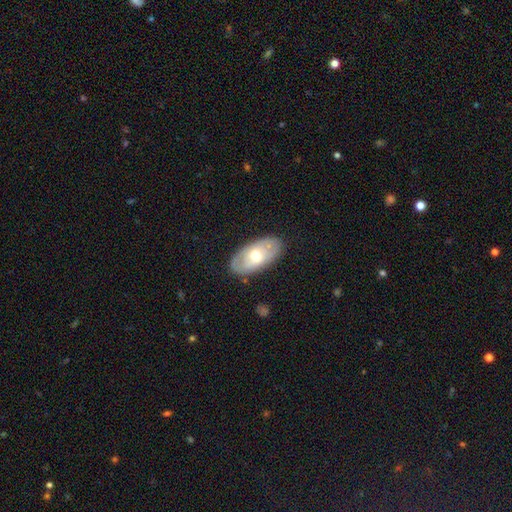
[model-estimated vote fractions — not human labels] smooth-or-featured: smooth: 47% (tied) | featured or disk: 47% (tied) | star or artifact: 6%
  merging: none: 82% | minor disturbance: 13% | major disturbance: 3% | merger: 1%